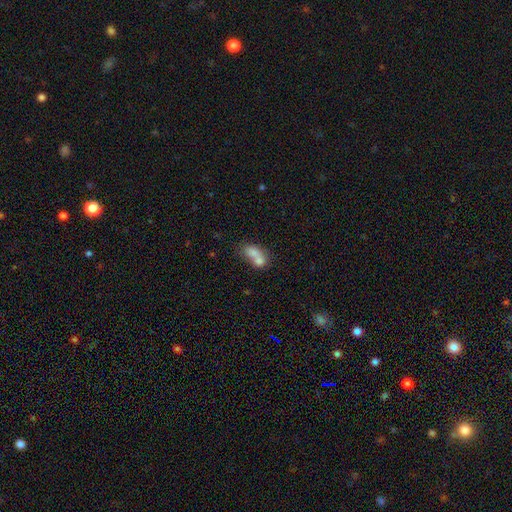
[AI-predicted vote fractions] Smooth or featured? smooth (73%)
How rounded? in between (74%)
Merging? merger (65%)